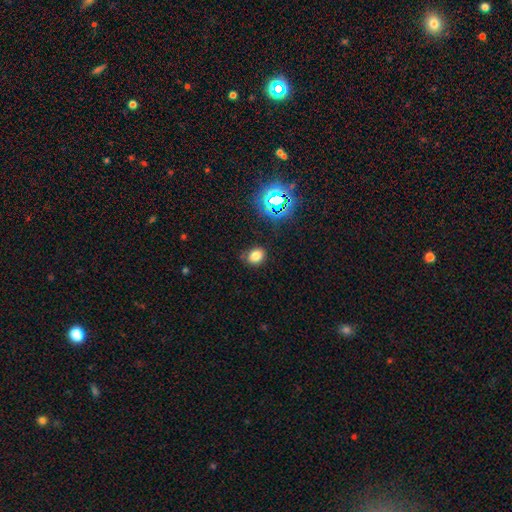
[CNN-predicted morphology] Smooth or featured?
  - smooth: 76% *
  - star or artifact: 18%
  - featured or disk: 7%
How rounded?
  - in between: 60% *
  - round: 39%
  - cigar-shaped: 1%
Merging?
  - none: 76% *
  - minor disturbance: 18%
  - major disturbance: 4%
  - merger: 2%